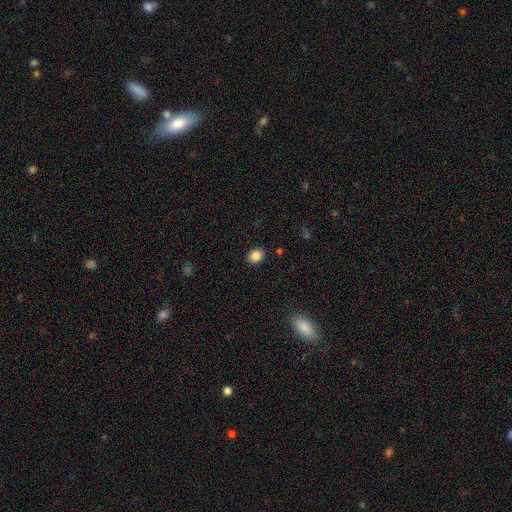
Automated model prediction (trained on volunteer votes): smooth 86%, star or artifact 10%, featured or disk 4%. Down the decision tree: how rounded — in between (50%); merging — none (89%).